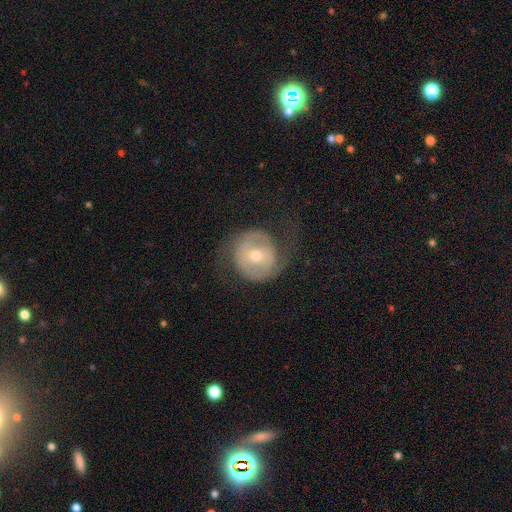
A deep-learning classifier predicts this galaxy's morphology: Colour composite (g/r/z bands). It shows a featured or disk galaxy (65%) with no bar (50%), spiral arms (65%) and a moderate central bulge (55%). Merging: none (66%).